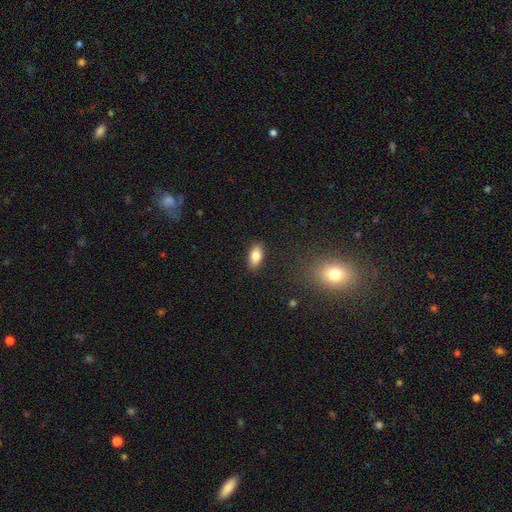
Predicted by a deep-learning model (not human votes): Q: Smooth or featured?
A: smooth (82%); runner-up: featured or disk (10%)
Q: How rounded?
A: in between (89%); runner-up: cigar-shaped (7%)
Q: Merging?
A: none (88%); runner-up: minor disturbance (9%)